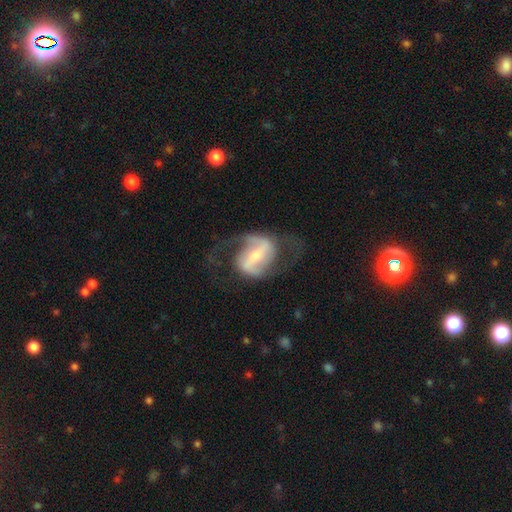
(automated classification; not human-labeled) Smooth or featured?
  - featured or disk: 86% *
  - smooth: 9%
  - star or artifact: 5%
Edge-on disk?
  - no: 96% *
  - yes: 4%
Bar?
  - strong: 59% *
  - weak: 31%
  - no: 10%
Spiral arms?
  - yes: 92% *
  - no: 8%
Spiral winding?
  - loose: 45% *
  - medium: 44%
  - tight: 11%
Spiral arm count?
  - 2: 90% *
  - can't tell: 4%
  - 1: 3%
  - 3: 1%
  - 4: 1%
  - more than 4: 1%
Bulge size?
  - small: 46% *
  - moderate: 44%
  - large: 5%
  - none: 4%
  - dominant: 1%
Merging?
  - none: 64% *
  - major disturbance: 19%
  - minor disturbance: 15%
  - merger: 2%